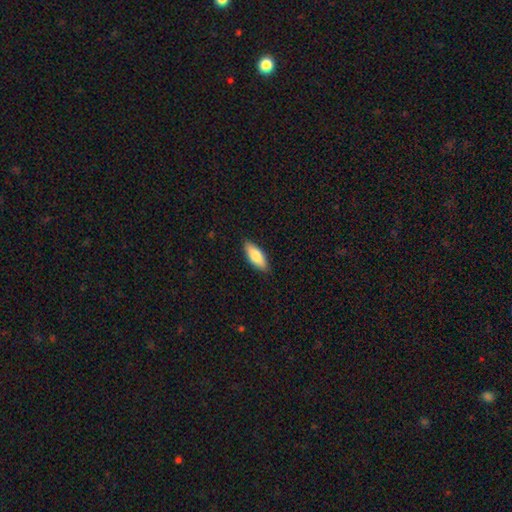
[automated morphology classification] Overall: smooth (80%). How rounded: in between (71%). Merging: none (88%).